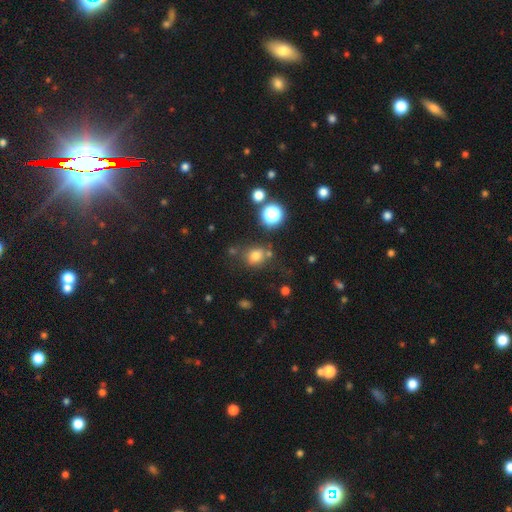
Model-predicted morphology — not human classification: smooth_or_featured: smooth (p=0.72) [alt: star or artifact p=0.20]
how_rounded: round (p=0.64) [alt: in between p=0.35]
merging: none (p=0.67) [alt: minor disturbance p=0.16]